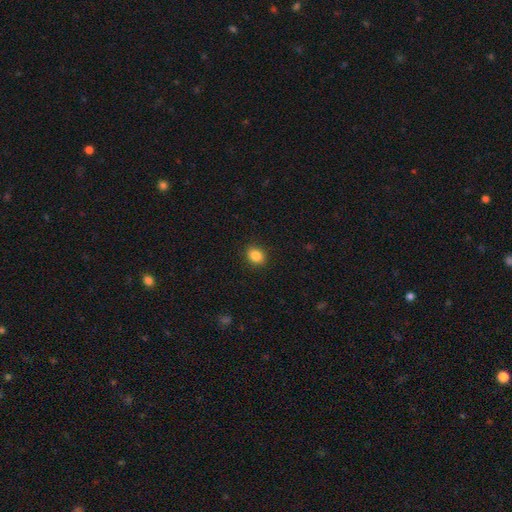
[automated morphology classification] This appears to be a smooth galaxy with no disk features (86%) that is round (53%). Merging: none (90%).